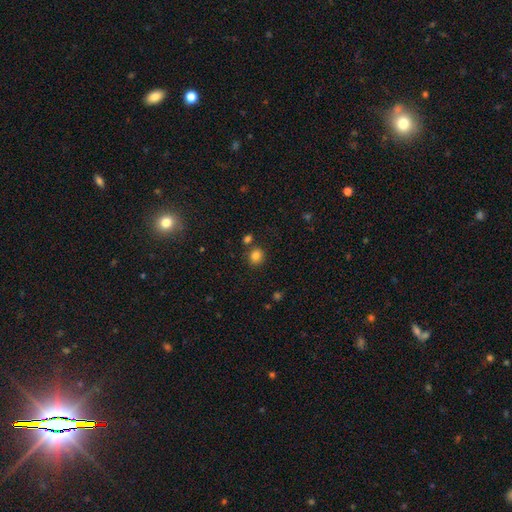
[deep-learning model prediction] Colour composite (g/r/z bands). It shows a smooth galaxy with no disk features (82%) that is round (80%). Merging: none (79%).